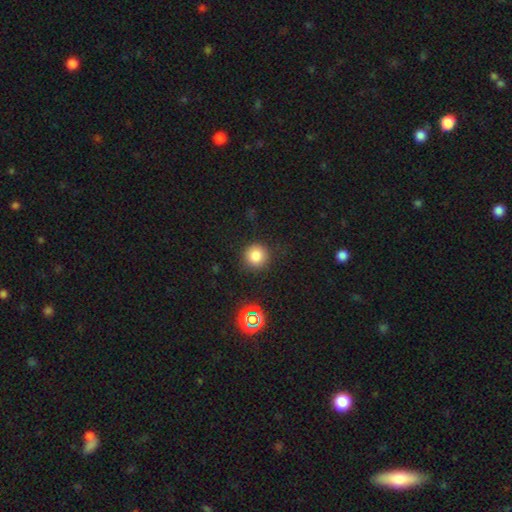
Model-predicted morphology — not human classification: This appears to be a smooth galaxy with no disk features (81%) that is round (93%). Merging: none (87%).